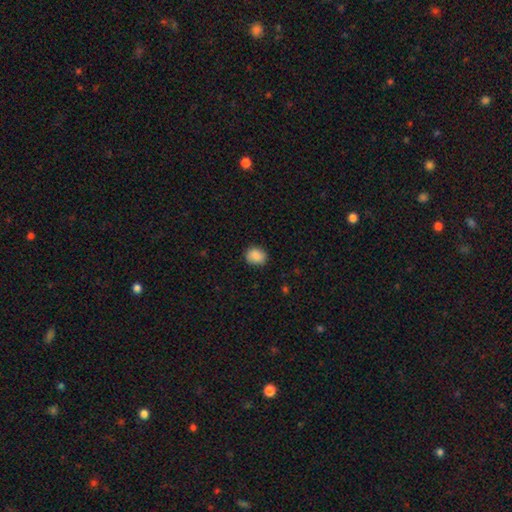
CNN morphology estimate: A smooth galaxy with no disk features (88%) that is round (61%). Merging: none (83%).